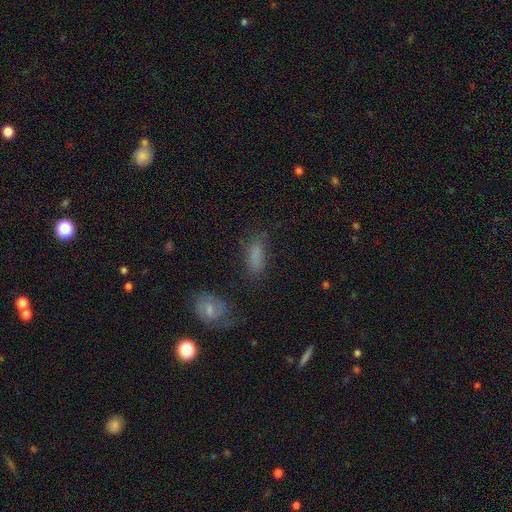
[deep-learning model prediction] Morphology: type=smooth (75%); roundness=in between (74%); merging=none (66%).